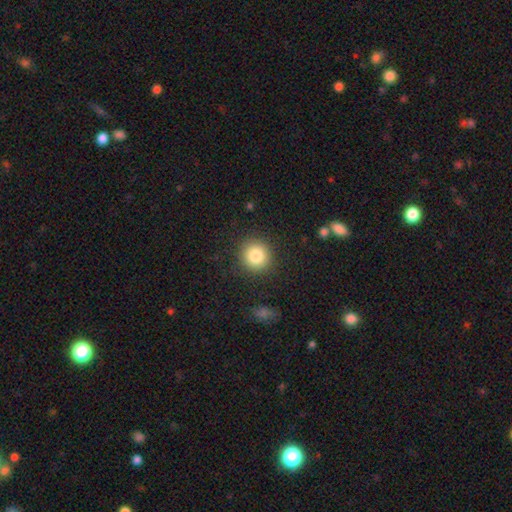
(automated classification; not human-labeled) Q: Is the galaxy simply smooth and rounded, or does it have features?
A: smooth — 84%.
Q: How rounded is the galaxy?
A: round — 93%.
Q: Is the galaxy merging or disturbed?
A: none — 89%.